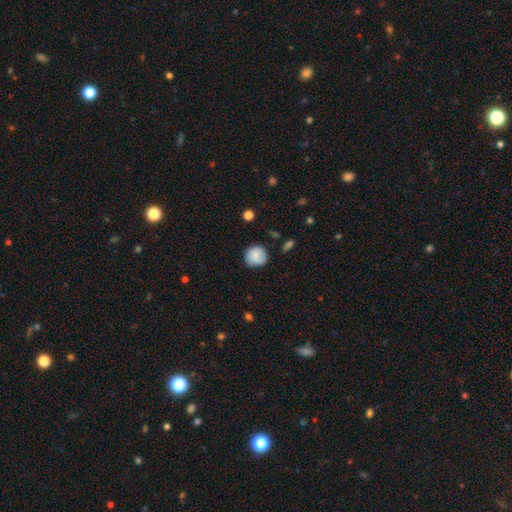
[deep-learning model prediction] This is clearly a smooth galaxy (84%). How rounded: clearly round (90%). Merging: likely none (79%).